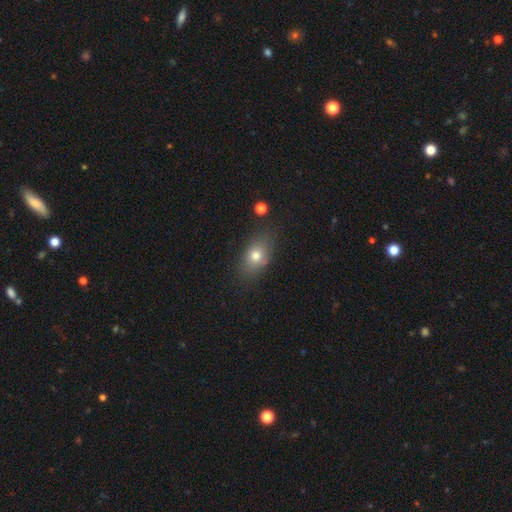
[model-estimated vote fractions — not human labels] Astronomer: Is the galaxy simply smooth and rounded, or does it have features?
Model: smooth — 74%.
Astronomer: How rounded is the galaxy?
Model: in between — 75%.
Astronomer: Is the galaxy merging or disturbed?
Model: none — 74%.